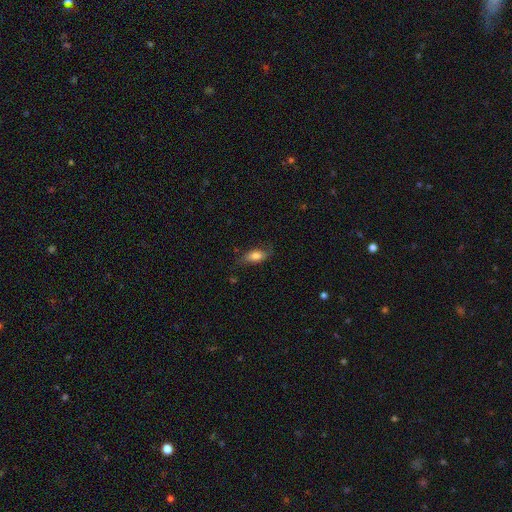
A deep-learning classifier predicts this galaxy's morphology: smooth 68%, featured or disk 24%, star or artifact 8%. Down the decision tree: how rounded — in between (83%); merging — none (66%).